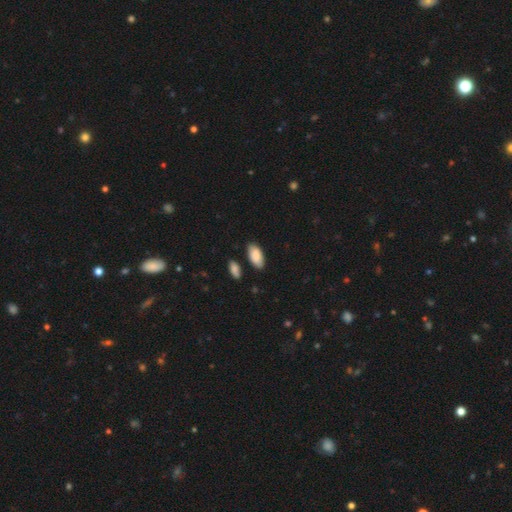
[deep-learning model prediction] Overall: smooth (86%). How rounded: in between (93%). Merging: none (78%).